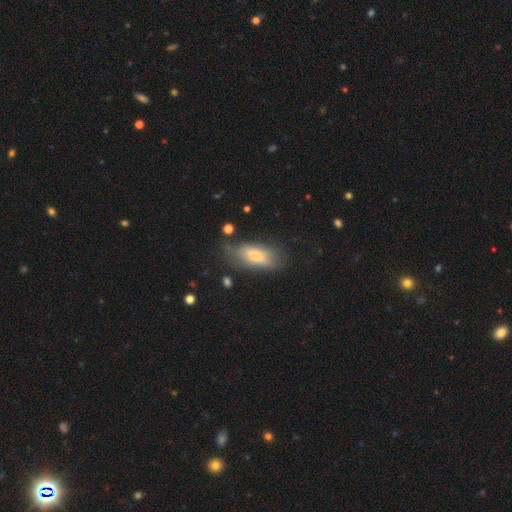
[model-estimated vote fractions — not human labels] Morphology: type=smooth (67%); roundness=in between (76%); merging=none (55%).